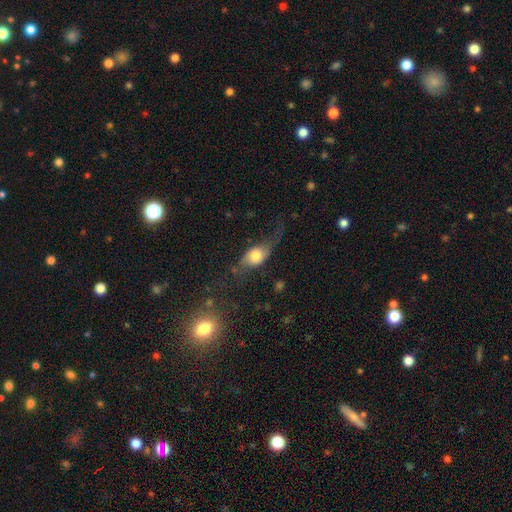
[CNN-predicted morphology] The model was most divided on "smooth or featured": smooth: 50%, featured or disk: 42%, star or artifact: 9%. Remaining: merging — none (41%).